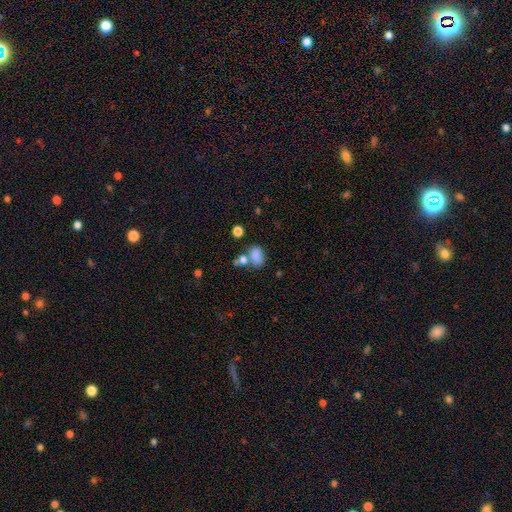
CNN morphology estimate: Q: Smooth or featured?
A: smooth (82%); runner-up: star or artifact (11%)
Q: How rounded?
A: in between (83%); runner-up: round (16%)
Q: Merging?
A: none (52%); runner-up: merger (26%)